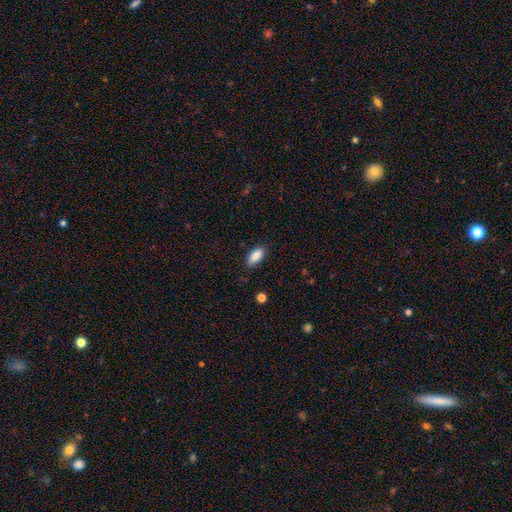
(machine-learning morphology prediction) A smooth galaxy with no disk features (89%) that is in between round and cigar-shaped (87%).

Vote fractions:
- Smooth or featured? smooth: 89% / star or artifact: 7% / featured or disk: 4%
- How rounded? in between: 87% / cigar-shaped: 11% / round: 2%
- Merging? none: 84% / minor disturbance: 12% / major disturbance: 3% / merger: 1%